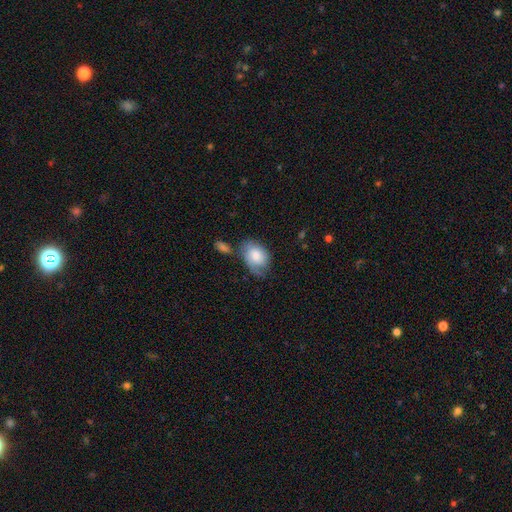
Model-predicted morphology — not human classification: This is possibly a smooth galaxy (60%). How rounded: clearly in between (80%). Merging: marginally none (44%).